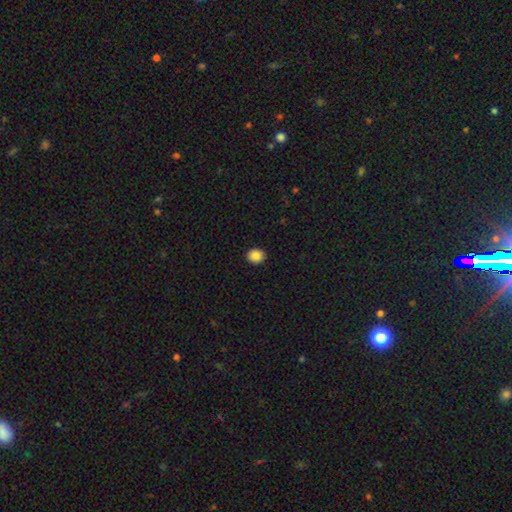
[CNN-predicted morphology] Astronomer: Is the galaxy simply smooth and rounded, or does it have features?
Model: smooth — 87%.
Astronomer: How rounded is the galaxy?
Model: round — 69%.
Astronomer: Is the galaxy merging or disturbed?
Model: none — 91%.